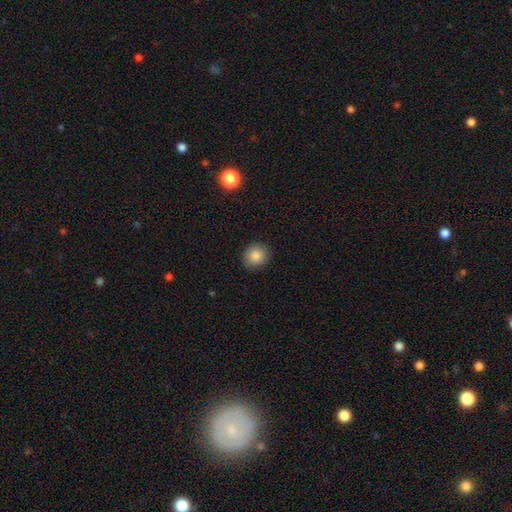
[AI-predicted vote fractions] This appears to be a smooth galaxy with no disk features (86%) that is round (81%). Merging: none (89%).